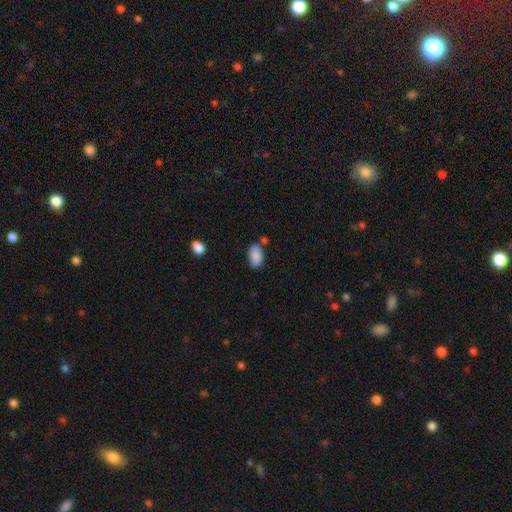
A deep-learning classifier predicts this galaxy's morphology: Smooth or featured?
  - smooth: 88% *
  - star or artifact: 7%
  - featured or disk: 5%
How rounded?
  - in between: 95% *
  - round: 4%
  - cigar-shaped: 2%
Merging?
  - none: 74% *
  - minor disturbance: 14%
  - merger: 8%
  - major disturbance: 3%